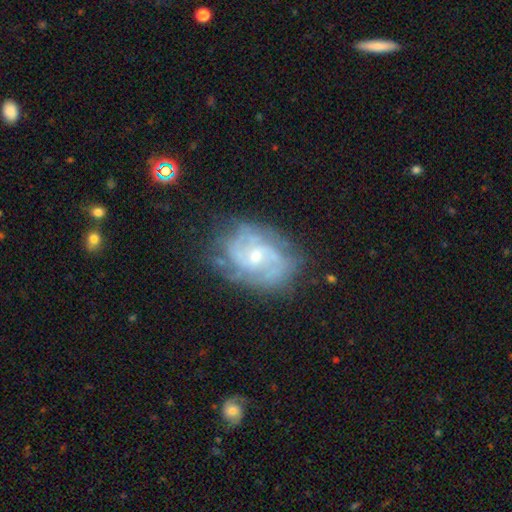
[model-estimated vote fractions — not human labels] This is clearly a featured or disk galaxy (84%). It is clearly not viewed edge-on (97%). Bar: possibly no (58%). Spiral arm pattern: clearly yes (93%). Spiral arm count: marginally 2 (42%). Spiral winding: possibly tight (48%). Central bulge: possibly small (58%). Merging: likely none (68%).